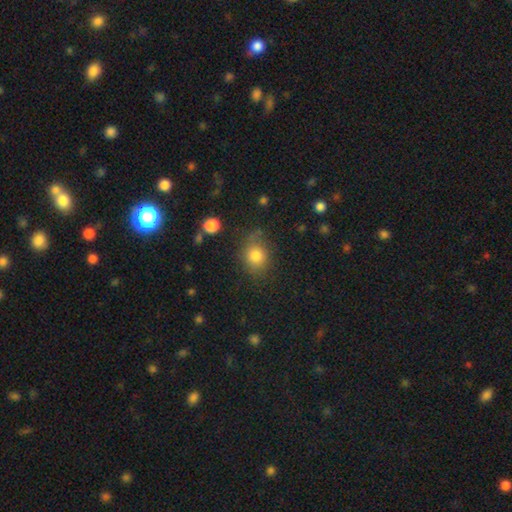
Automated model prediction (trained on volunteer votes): smooth 81%, star or artifact 11%, featured or disk 8%. Down the decision tree: how rounded — round (62%); merging — none (71%).